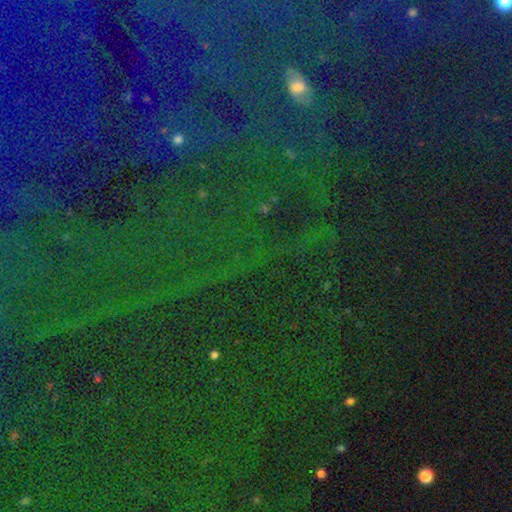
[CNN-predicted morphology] smooth_or_featured: star or artifact (p=0.82) [alt: smooth p=0.10]